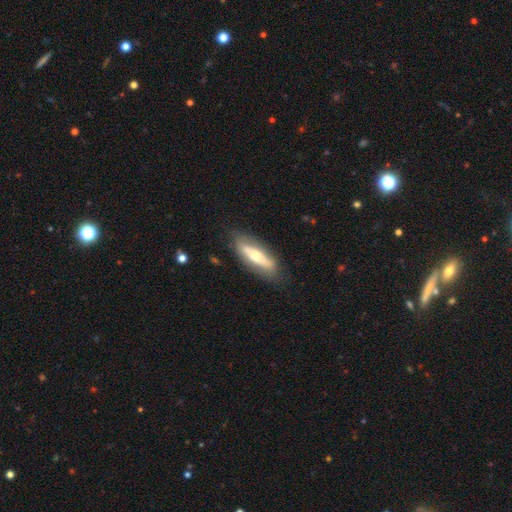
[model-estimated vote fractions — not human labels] smooth_or_featured: featured or disk (p=0.53) [alt: smooth p=0.41]
disk_edge_on: no (p=0.55) [alt: yes p=0.45]
merging: none (p=0.78) [alt: minor disturbance p=0.16]